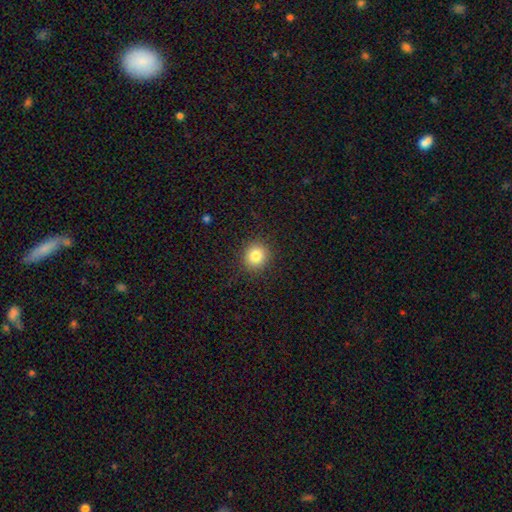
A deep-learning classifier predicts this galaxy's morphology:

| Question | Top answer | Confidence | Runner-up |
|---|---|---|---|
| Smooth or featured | smooth | 83% | star or artifact (11%) |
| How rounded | round | 86% | in between (13%) |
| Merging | none | 90% | minor disturbance (7%) |